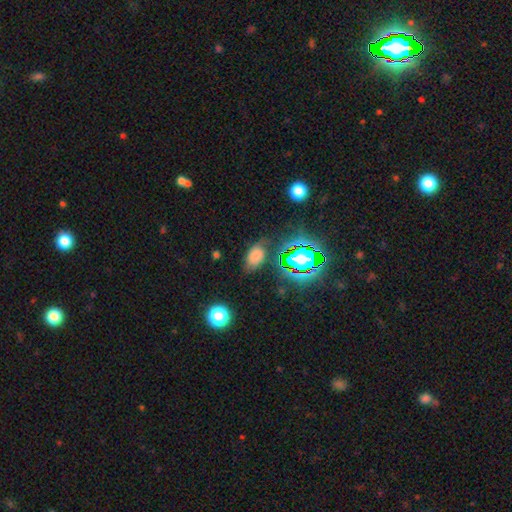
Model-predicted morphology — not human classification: Smooth or featured? Predicted: smooth (p=0.61). How rounded? Predicted: in between (p=0.89). Merging? Predicted: none (p=0.67).